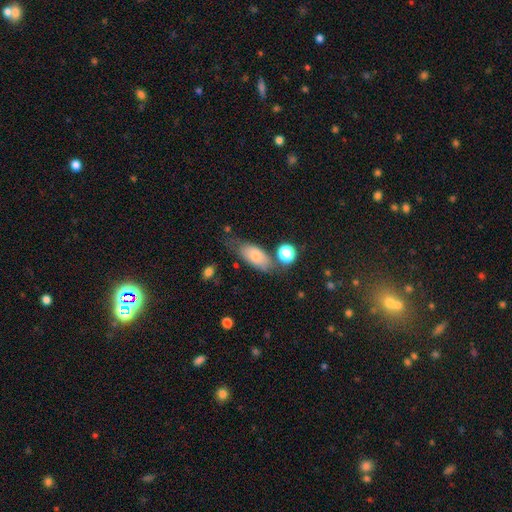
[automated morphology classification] smooth-or-featured: smooth: 77% | featured or disk: 15% | star or artifact: 8%
  how-rounded: in between: 85% | cigar-shaped: 11% | round: 5%
  merging: none: 55% | minor disturbance: 25% | major disturbance: 11% | merger: 10%